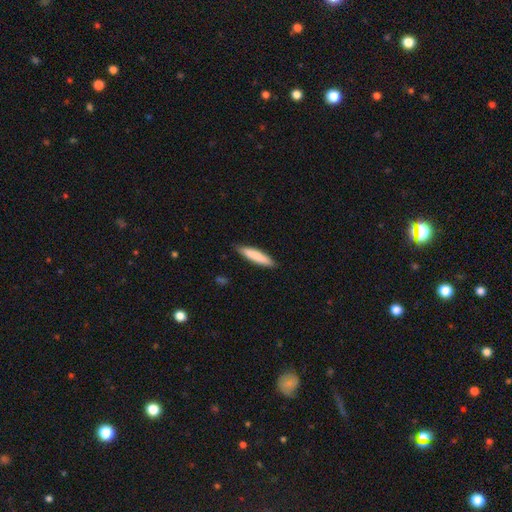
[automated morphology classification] Q: Smooth or featured?
A: smooth (83%); runner-up: featured or disk (12%)
Q: How rounded?
A: cigar-shaped (83%); runner-up: in between (16%)
Q: Merging?
A: none (87%); runner-up: minor disturbance (10%)